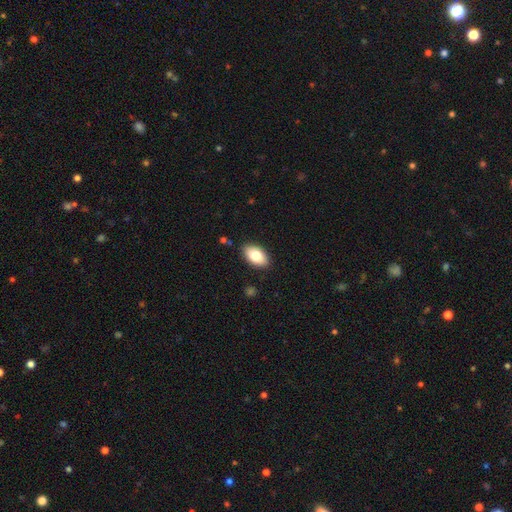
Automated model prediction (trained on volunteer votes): A smooth galaxy with no disk features (80%) that is in between round and cigar-shaped (93%).

Vote fractions:
- Smooth or featured? smooth: 80% / featured or disk: 13% / star or artifact: 7%
- How rounded? in between: 93% / round: 6% / cigar-shaped: 2%
- Merging? none: 87% / minor disturbance: 10% / major disturbance: 2% / merger: 1%